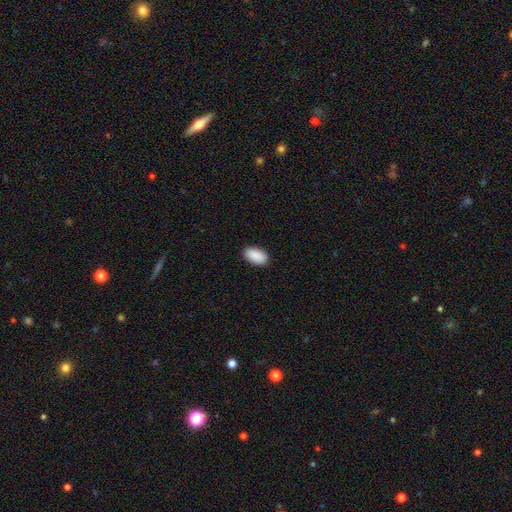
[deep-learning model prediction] smooth 91%, star or artifact 6%, featured or disk 3%. Down the decision tree: how rounded — in between (95%); merging — none (90%).